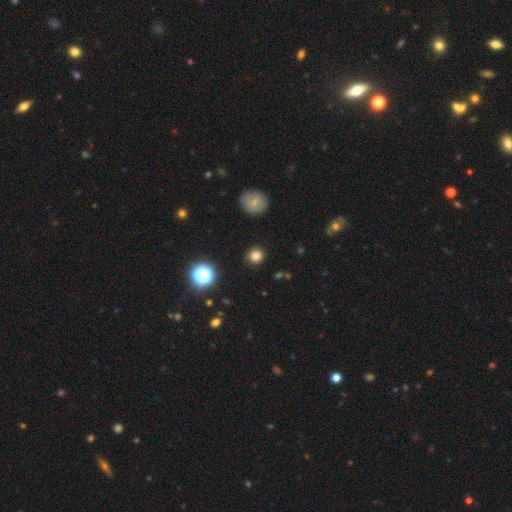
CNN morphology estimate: This appears to be a smooth galaxy with no disk features (79%) that is round (90%). Merging: none (89%).